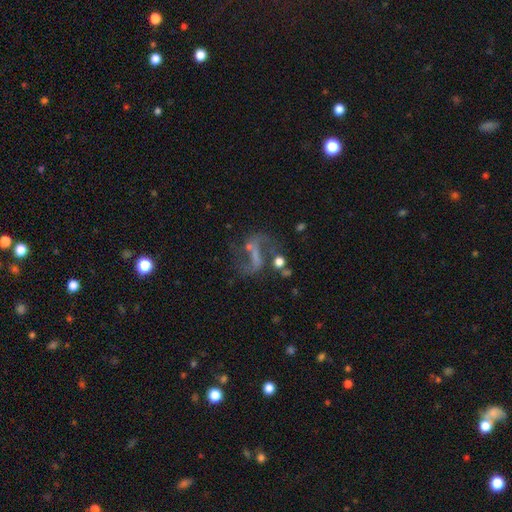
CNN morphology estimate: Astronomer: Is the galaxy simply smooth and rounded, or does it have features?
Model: featured or disk — 74%.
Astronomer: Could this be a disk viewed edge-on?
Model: no — 96%.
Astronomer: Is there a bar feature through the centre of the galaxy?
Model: strong — 38% (runner-up: weak, 37%).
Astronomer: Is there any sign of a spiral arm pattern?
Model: yes — 84%.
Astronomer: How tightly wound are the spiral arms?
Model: loose — 72%.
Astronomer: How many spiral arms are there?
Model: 2 — 88%.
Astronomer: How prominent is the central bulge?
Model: none — 55%.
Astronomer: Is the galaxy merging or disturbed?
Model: none — 51%.